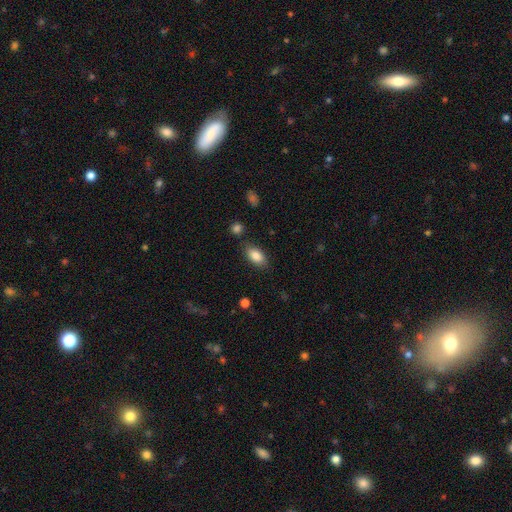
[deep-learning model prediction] This is clearly a smooth galaxy (86%). How rounded: clearly in between (91%). Merging: likely none (79%).